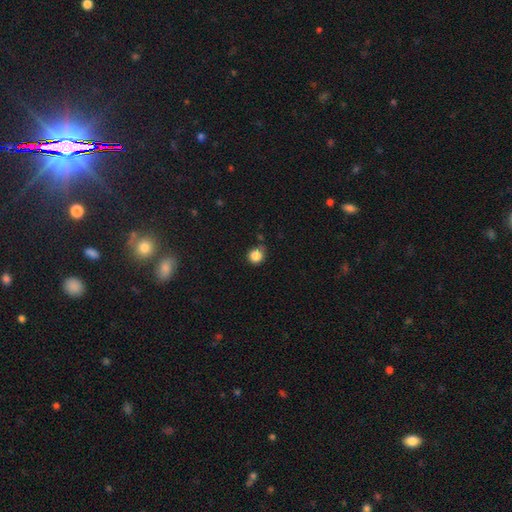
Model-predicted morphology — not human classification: smooth-or-featured: smooth: 86% | star or artifact: 11% | featured or disk: 4%
  how-rounded: round: 89% | in between: 10% | cigar-shaped: 1%
  merging: none: 71% | minor disturbance: 20% | major disturbance: 4% | merger: 4%